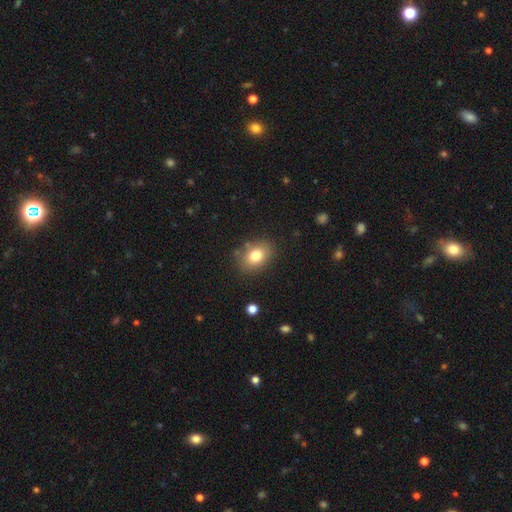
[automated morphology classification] smooth 79%, featured or disk 12%, star or artifact 10%. Down the decision tree: how rounded — in between (73%); merging — none (81%).